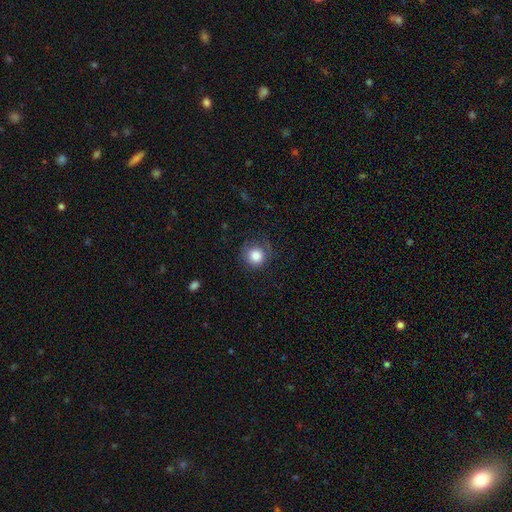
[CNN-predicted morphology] smooth_or_featured: smooth (p=0.83) [alt: star or artifact p=0.09]
how_rounded: round (p=0.90) [alt: in between p=0.09]
merging: none (p=0.70) [alt: minor disturbance p=0.19]